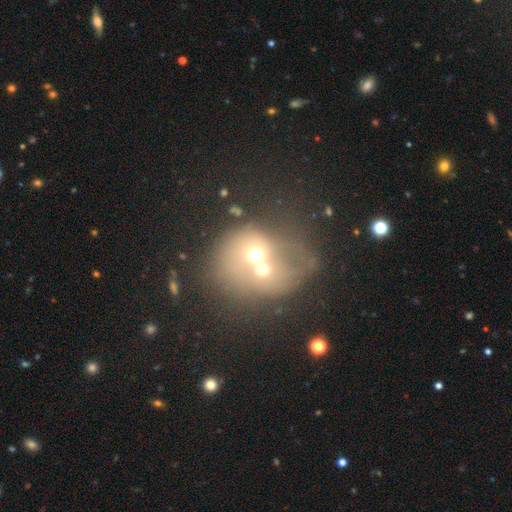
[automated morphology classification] A smooth galaxy with no disk features (50%). Merging: merger (67%).